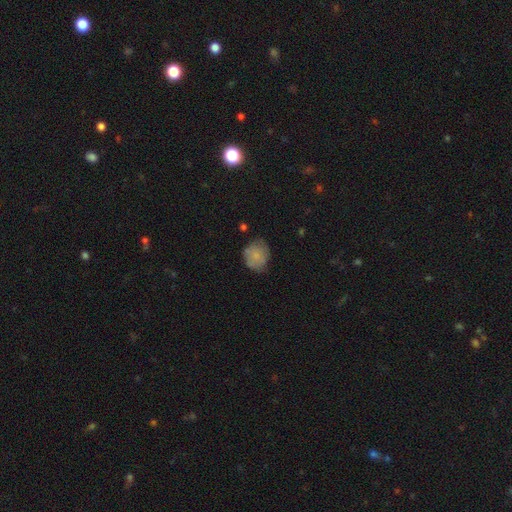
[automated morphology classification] This is likely a smooth galaxy (75%). How rounded: likely round (67%). Merging: likely none (61%).